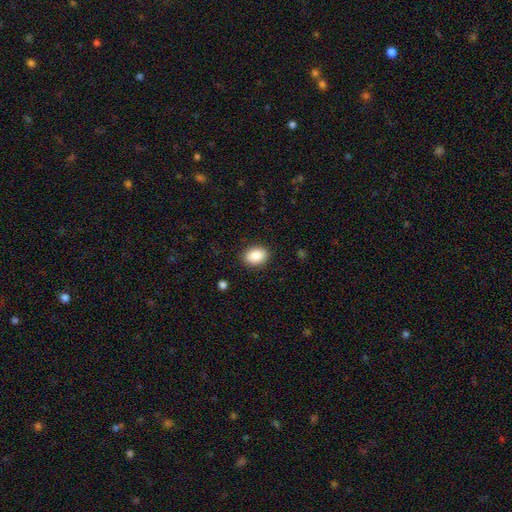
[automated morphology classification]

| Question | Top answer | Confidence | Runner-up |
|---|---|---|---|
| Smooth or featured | smooth | 90% | star or artifact (7%) |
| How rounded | in between | 80% | round (19%) |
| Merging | none | 88% | minor disturbance (8%) |